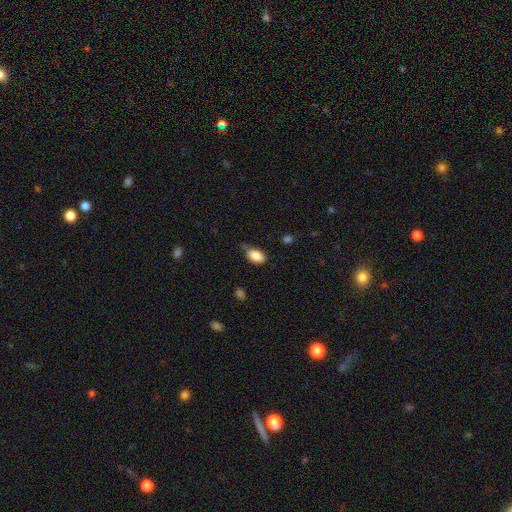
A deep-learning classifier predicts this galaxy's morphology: Smooth or featured? Predicted: smooth (p=0.86). How rounded? Predicted: in between (p=0.92). Merging? Predicted: none (p=0.65).